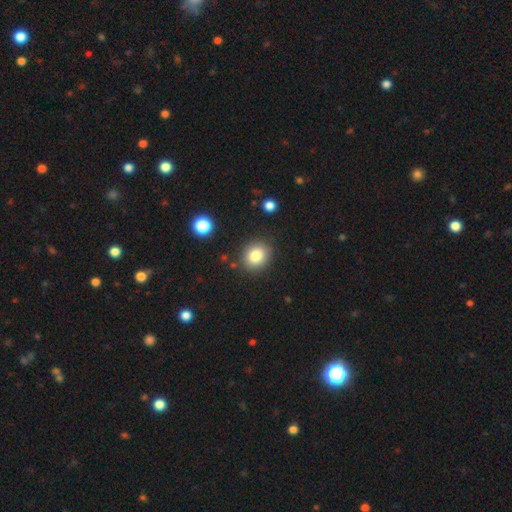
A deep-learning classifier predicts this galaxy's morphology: Q: Smooth or featured?
A: smooth (82%); runner-up: star or artifact (10%)
Q: How rounded?
A: round (70%); runner-up: in between (29%)
Q: Merging?
A: none (85%); runner-up: minor disturbance (9%)